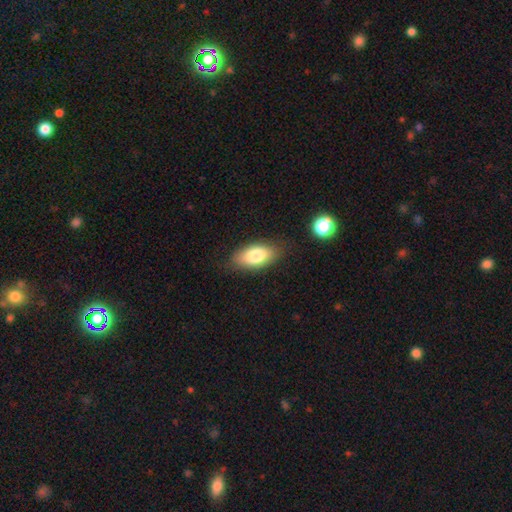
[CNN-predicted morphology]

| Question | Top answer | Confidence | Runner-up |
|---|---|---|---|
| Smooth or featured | smooth | 79% | featured or disk (14%) |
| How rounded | in between | 90% | cigar-shaped (6%) |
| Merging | none | 83% | minor disturbance (13%) |